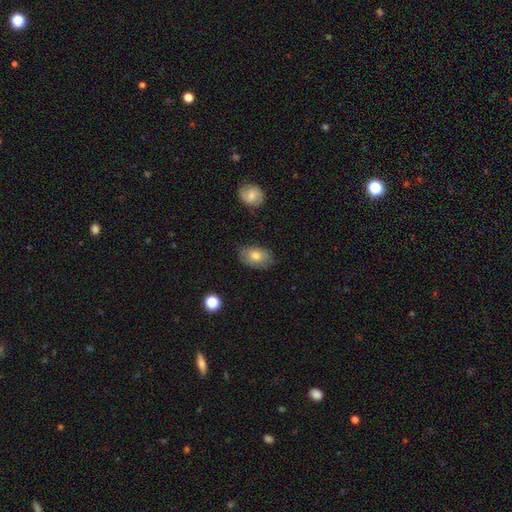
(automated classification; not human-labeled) The model was most divided on "smooth or featured": smooth: 73%, featured or disk: 19%, star or artifact: 8%. More confident: how rounded — in between (88%); merging — none (80%).